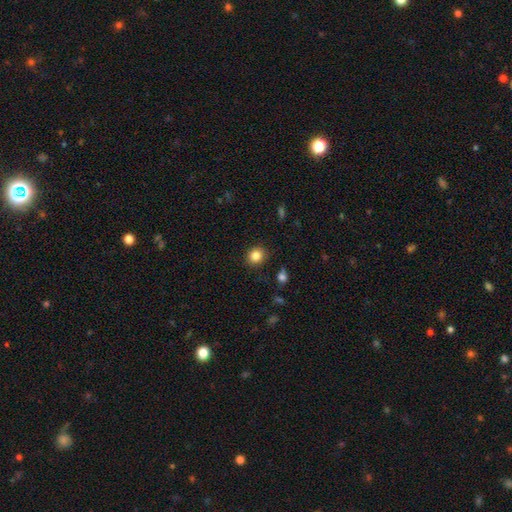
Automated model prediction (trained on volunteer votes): Overall: smooth (84%). How rounded: round (79%). Merging: none (88%).